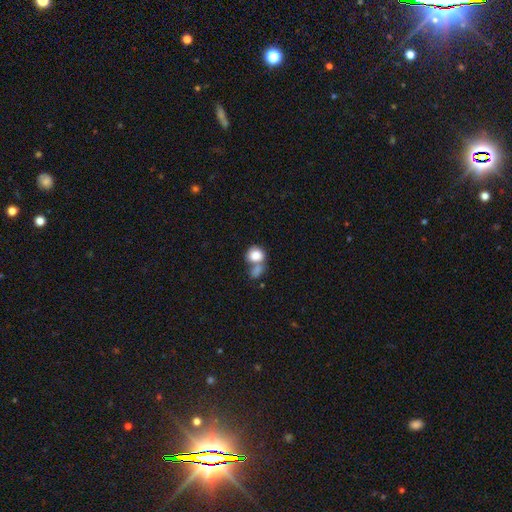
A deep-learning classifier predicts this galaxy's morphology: This is clearly a smooth galaxy (82%). How rounded: likely round (62%). Merging: possibly merger (55%).